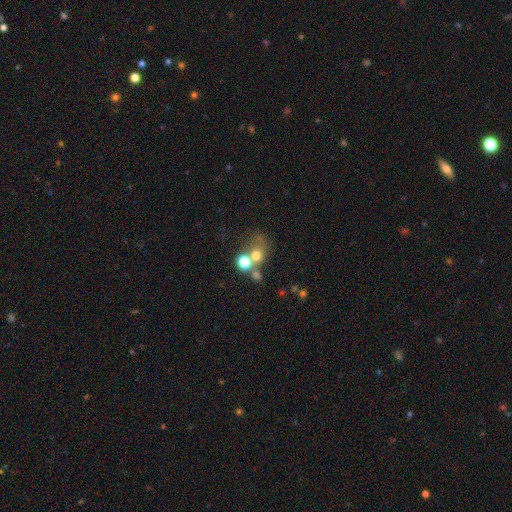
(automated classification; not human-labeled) smooth 62%, star or artifact 20%, featured or disk 17%. Down the decision tree: how rounded — round (75%); merging — merger (42%).